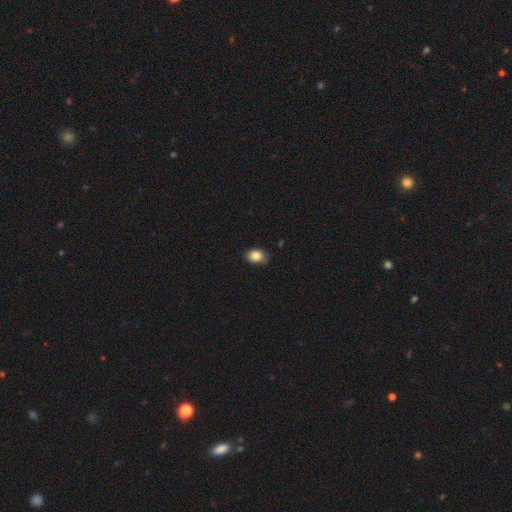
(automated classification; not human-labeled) Smooth or featured? smooth (85%)
How rounded? in between (69%)
Merging? none (74%)